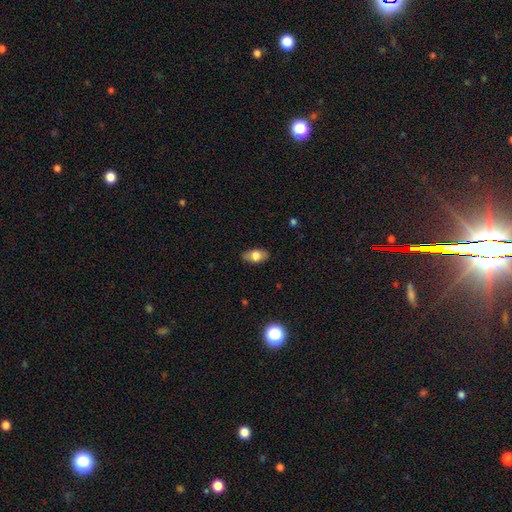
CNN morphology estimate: smooth-or-featured: smooth: 75% | featured or disk: 17% | star or artifact: 8%
  how-rounded: in between: 90% | round: 6% | cigar-shaped: 4%
  merging: none: 84% | minor disturbance: 12% | major disturbance: 2% | merger: 1%